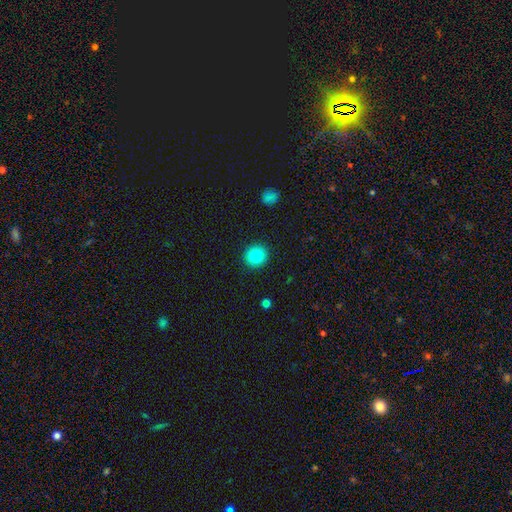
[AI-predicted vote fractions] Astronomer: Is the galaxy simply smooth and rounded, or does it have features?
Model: smooth — 83%.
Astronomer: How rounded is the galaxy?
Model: round — 91%.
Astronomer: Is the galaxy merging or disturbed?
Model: none — 92%.